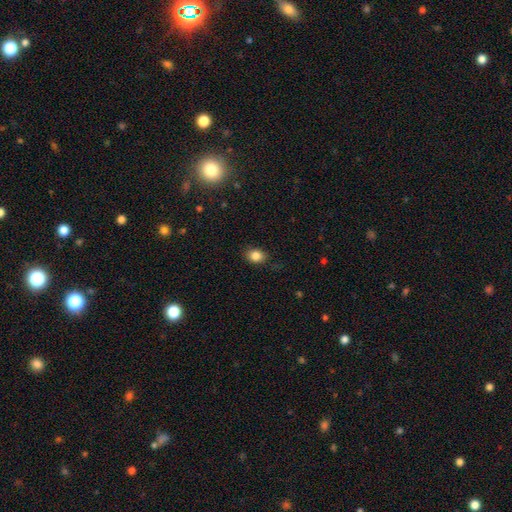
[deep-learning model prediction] A smooth galaxy with no disk features (84%) that is in between round and cigar-shaped (59%).

Vote fractions:
- Smooth or featured? smooth: 84% / star or artifact: 10% / featured or disk: 6%
- How rounded? in between: 59% / round: 40% / cigar-shaped: 1%
- Merging? none: 82% / minor disturbance: 14% / major disturbance: 3% / merger: 1%